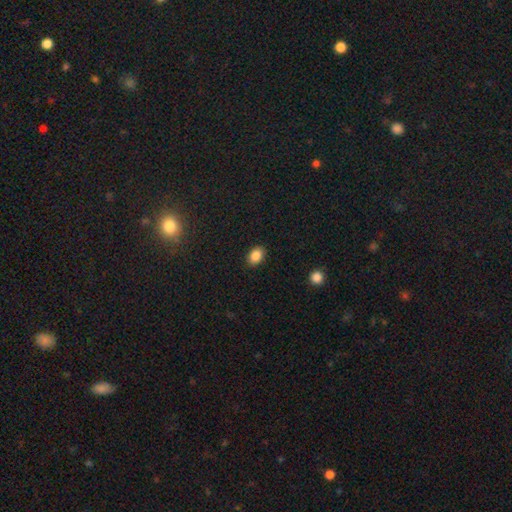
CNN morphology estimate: A smooth galaxy with no disk features (87%) that is in between round and cigar-shaped (76%).

Vote fractions:
- Smooth or featured? smooth: 87% / star or artifact: 9% / featured or disk: 4%
- How rounded? in between: 76% / round: 23% / cigar-shaped: 1%
- Merging? none: 89% / minor disturbance: 8% / major disturbance: 2% / merger: 1%